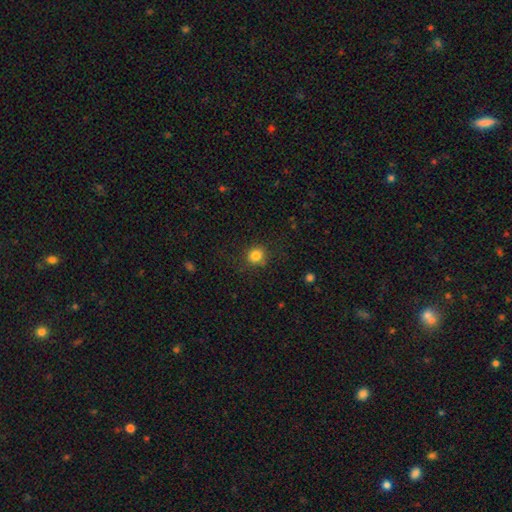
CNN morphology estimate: This appears to be a smooth galaxy with no disk features (83%) that is round (87%). Merging: none (84%).